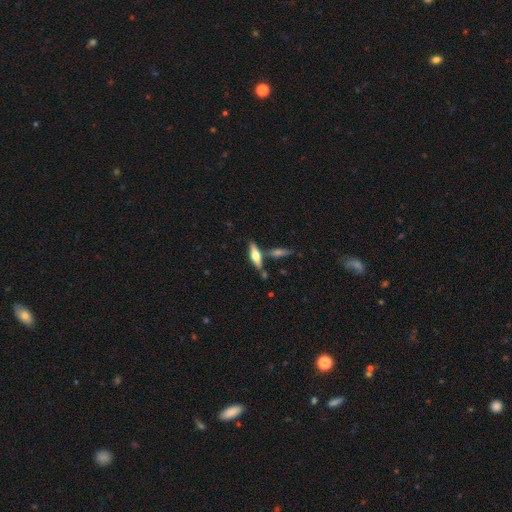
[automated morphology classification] Smooth or featured: featured or disk — 51% (smooth — 43%)
Edge-on disk: yes — 93% (no — 7%)
Merging: none — 70% (merger — 15%)